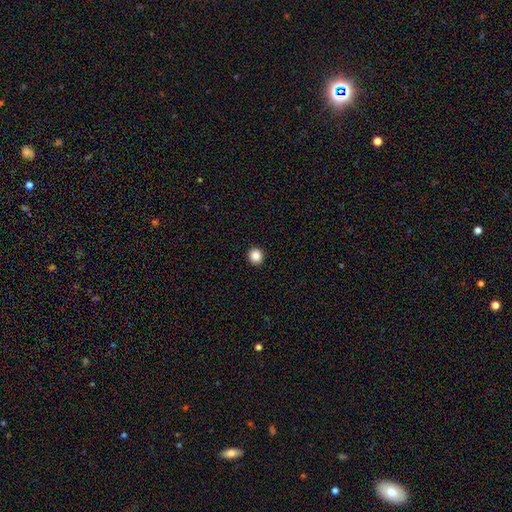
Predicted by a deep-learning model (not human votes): The model was most divided on "how rounded": round: 87%, in between: 12%, cigar-shaped: 1%. More confident: merging — none (93%); smooth or featured — smooth (87%).